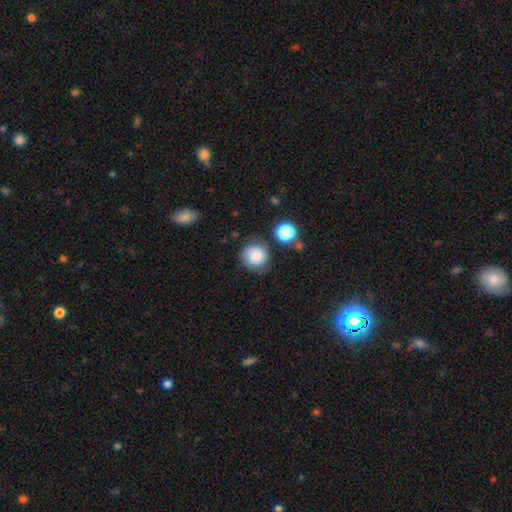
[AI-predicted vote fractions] smooth 76%, featured or disk 14%, star or artifact 10%. Down the decision tree: how rounded — round (89%); merging — none (74%).